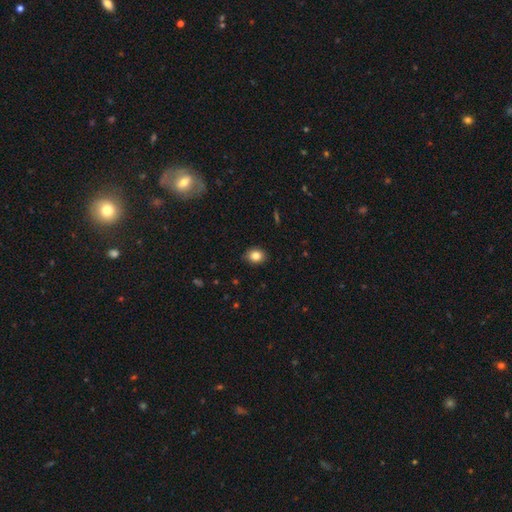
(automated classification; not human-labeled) This is clearly a smooth galaxy (84%). How rounded: possibly round (52%). Merging: clearly none (87%).